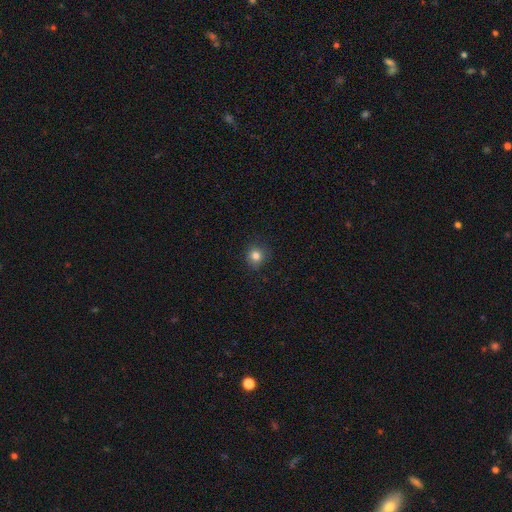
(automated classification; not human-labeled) smooth 82%, star or artifact 12%, featured or disk 6%. Down the decision tree: how rounded — round (88%); merging — none (84%).